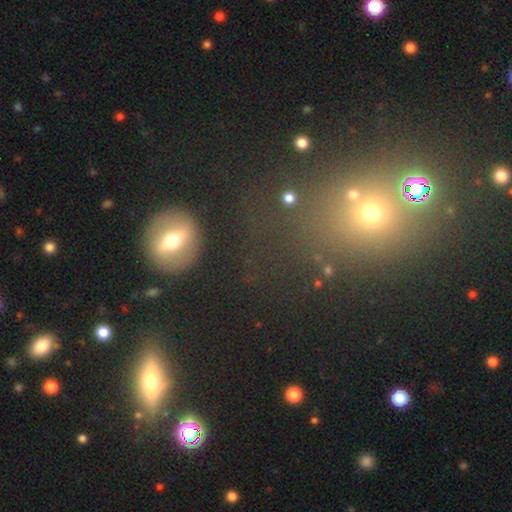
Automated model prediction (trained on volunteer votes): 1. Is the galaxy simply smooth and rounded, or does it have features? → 46% smooth, 35% star or artifact, 19% featured or disk.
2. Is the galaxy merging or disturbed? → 68% none, 12% merger, 12% minor disturbance, 7% major disturbance.